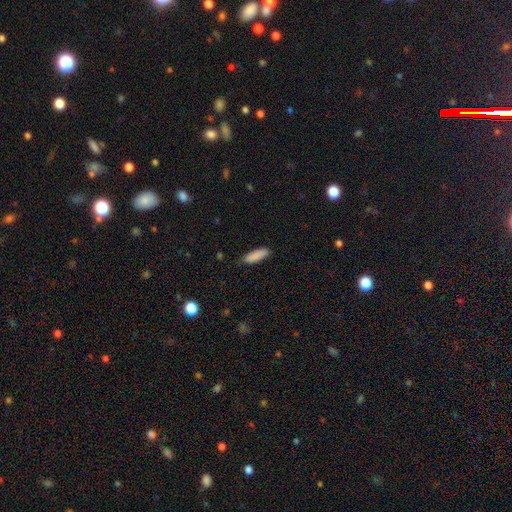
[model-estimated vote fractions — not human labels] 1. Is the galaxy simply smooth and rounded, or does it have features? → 89% smooth, 6% star or artifact, 5% featured or disk.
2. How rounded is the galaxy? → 50% cigar-shaped, 48% in between, 2% round.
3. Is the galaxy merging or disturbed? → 81% none, 15% minor disturbance, 2% major disturbance, 1% merger.